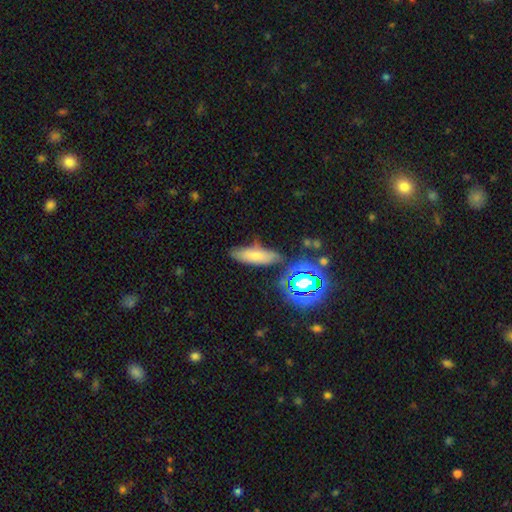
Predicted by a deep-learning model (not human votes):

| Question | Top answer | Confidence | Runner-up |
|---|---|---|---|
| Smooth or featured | smooth | 69% | featured or disk (17%) |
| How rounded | in between | 58% | cigar-shaped (38%) |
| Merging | none | 69% | minor disturbance (19%) |